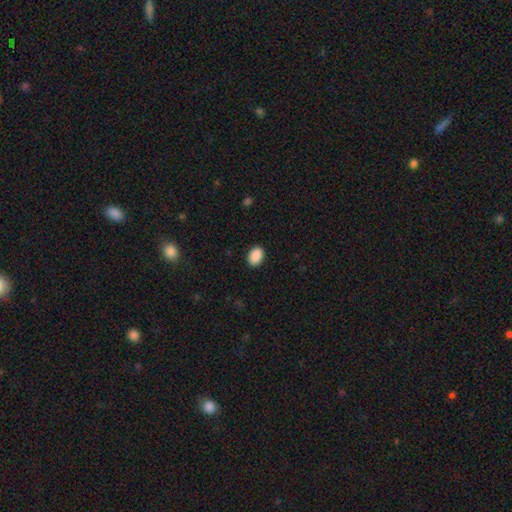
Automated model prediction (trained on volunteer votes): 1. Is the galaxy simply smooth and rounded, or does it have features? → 90% smooth, 8% star or artifact, 3% featured or disk.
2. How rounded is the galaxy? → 79% in between, 20% round, 1% cigar-shaped.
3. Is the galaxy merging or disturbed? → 90% none, 7% minor disturbance, 2% major disturbance, 1% merger.